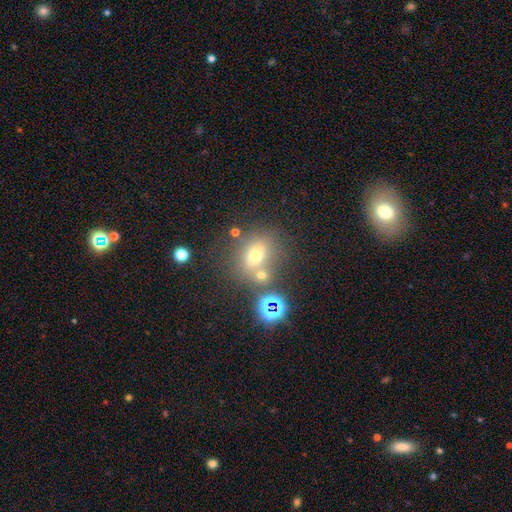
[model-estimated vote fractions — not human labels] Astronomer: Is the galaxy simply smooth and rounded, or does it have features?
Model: smooth — 61%.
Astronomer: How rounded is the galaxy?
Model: round — 61% (runner-up: in between, 37%).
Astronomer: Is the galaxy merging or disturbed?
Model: none — 60%.